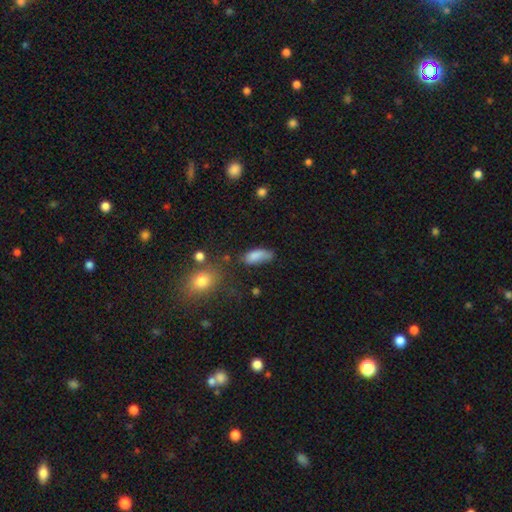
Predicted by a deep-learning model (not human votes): The model was most divided on "merging": none: 47%, minor disturbance: 32%, major disturbance: 14%, merger: 7%. More confident: smooth or featured — smooth (82%); how rounded — in between (82%).